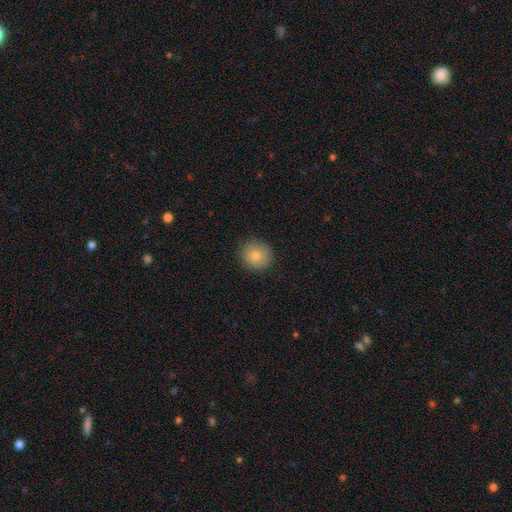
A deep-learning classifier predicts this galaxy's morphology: Smooth or featured? smooth (81%)
How rounded? round (89%)
Merging? none (88%)